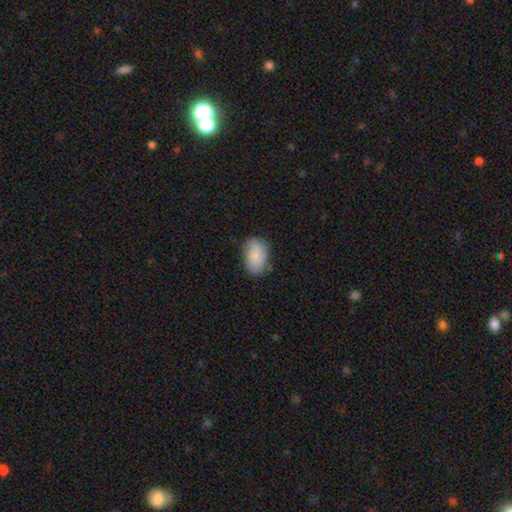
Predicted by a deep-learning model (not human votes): This appears to be a smooth galaxy with no disk features (86%) that is in between round and cigar-shaped (90%). Merging: none (73%).